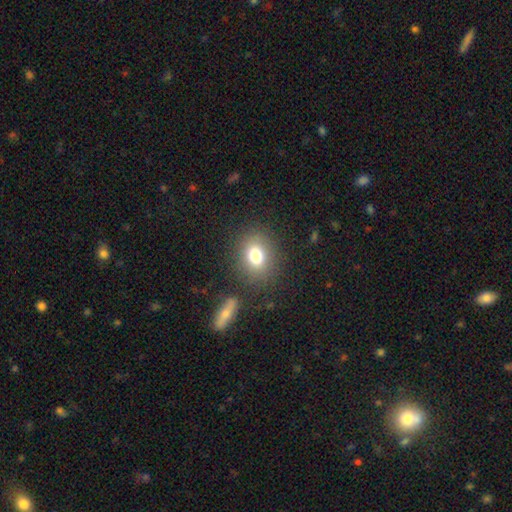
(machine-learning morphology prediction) smooth_or_featured: smooth (p=0.77) [alt: star or artifact p=0.12]
how_rounded: round (p=0.54) [alt: in between p=0.45]
merging: none (p=0.82) [alt: minor disturbance p=0.10]